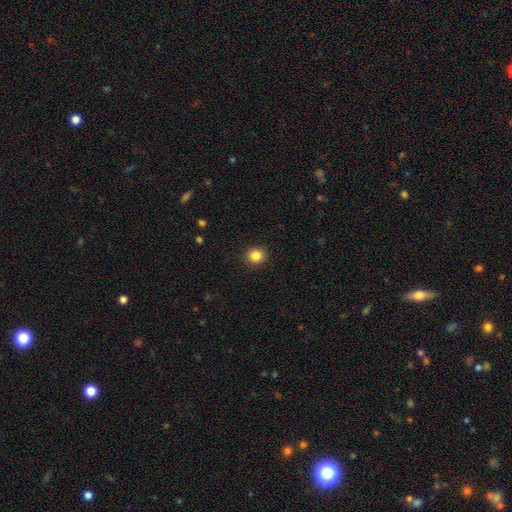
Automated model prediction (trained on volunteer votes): smooth-or-featured: smooth: 85% | star or artifact: 11% | featured or disk: 4%
  how-rounded: round: 84% | in between: 15% | cigar-shaped: 1%
  merging: none: 91% | minor disturbance: 6% | major disturbance: 2% | merger: 1%